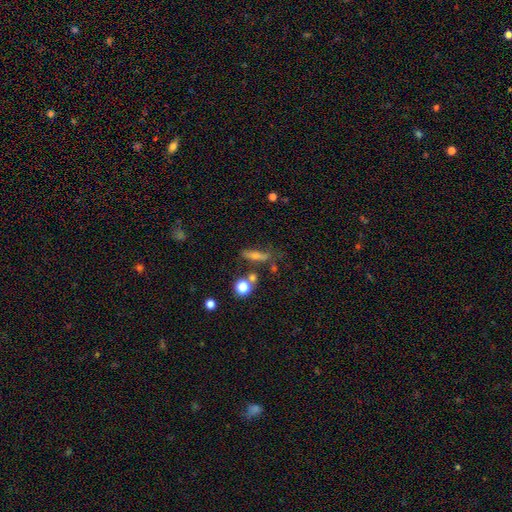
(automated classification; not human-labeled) smooth 50%, featured or disk 32%, star or artifact 18%. Down the decision tree: how rounded — cigar-shaped (61%); merging — none (60%).